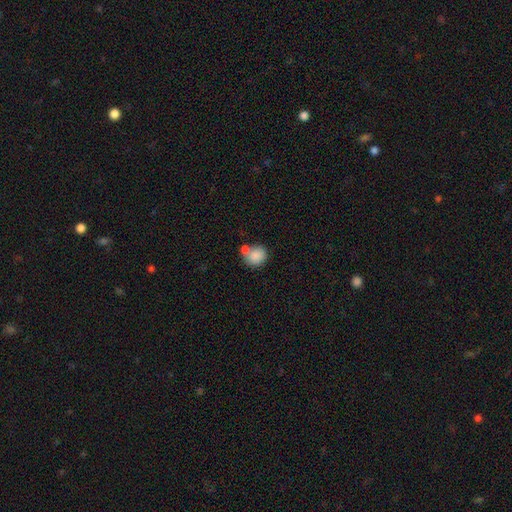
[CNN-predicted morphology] smooth-or-featured: smooth: 85% | star or artifact: 8% | featured or disk: 7%
  how-rounded: round: 73% | in between: 26% | cigar-shaped: 1%
  merging: none: 46% | merger: 37% | minor disturbance: 13% | major disturbance: 5%